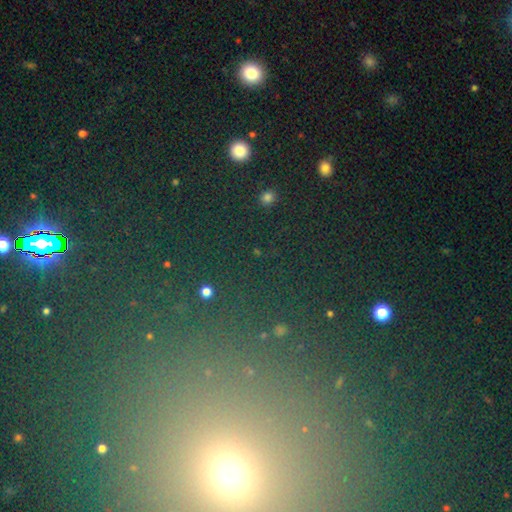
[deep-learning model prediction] This appears to be a star or artifact, not a galaxy (65%).